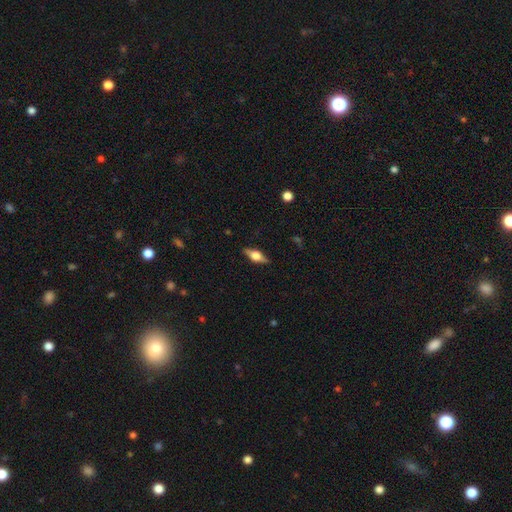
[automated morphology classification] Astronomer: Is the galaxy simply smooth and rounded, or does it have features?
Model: featured or disk — 58% (runner-up: smooth, 35%).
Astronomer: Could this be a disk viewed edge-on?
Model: yes — 94%.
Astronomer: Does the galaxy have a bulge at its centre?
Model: rounded — 90%.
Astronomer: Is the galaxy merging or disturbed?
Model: none — 86%.